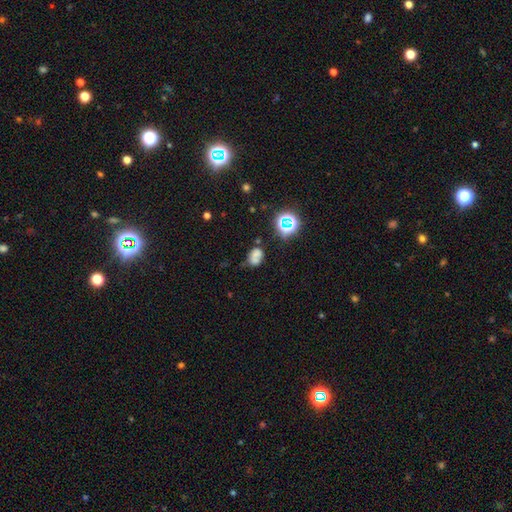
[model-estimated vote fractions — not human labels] smooth_or_featured: smooth (p=0.61) [alt: star or artifact p=0.21]
how_rounded: in between (p=0.58) [alt: round p=0.40]
merging: none (p=0.44) [alt: merger p=0.26]